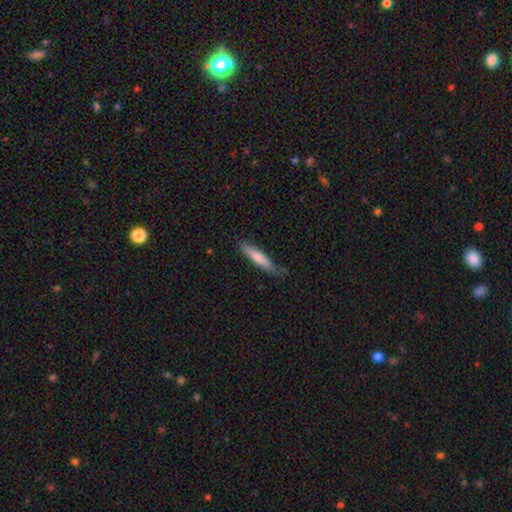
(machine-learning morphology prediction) type=smooth (67%); roundness=cigar-shaped (92%); merging=none (78%).